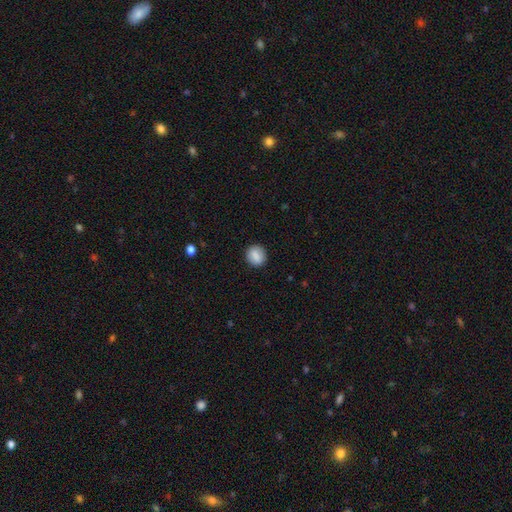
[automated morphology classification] This is clearly a smooth galaxy (84%). How rounded: likely round (77%). Merging: clearly none (89%).